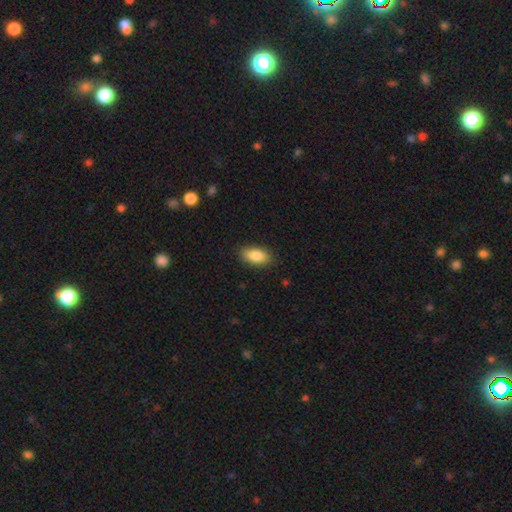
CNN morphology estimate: smooth-or-featured: smooth: 87% | featured or disk: 7% | star or artifact: 7%
  how-rounded: in between: 90% | cigar-shaped: 7% | round: 3%
  merging: none: 87% | minor disturbance: 9% | major disturbance: 2% | merger: 1%